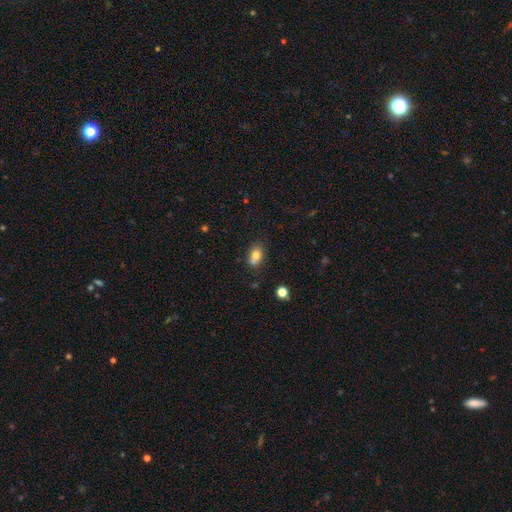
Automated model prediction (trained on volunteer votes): A smooth galaxy with no disk features (78%) that is in between round and cigar-shaped (75%). Merging: none (58%).